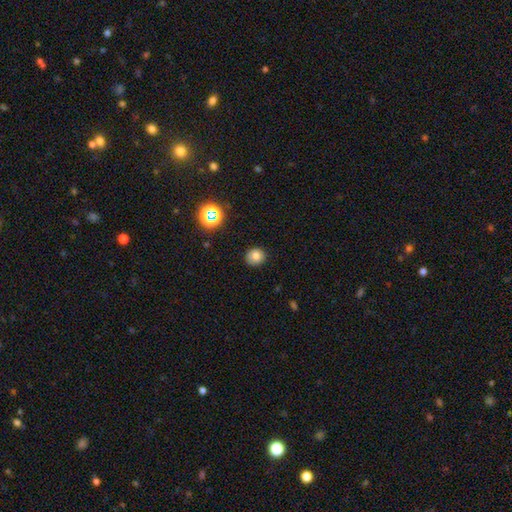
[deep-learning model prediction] Morphology: type=smooth (76%); roundness=round (83%); merging=none (87%).